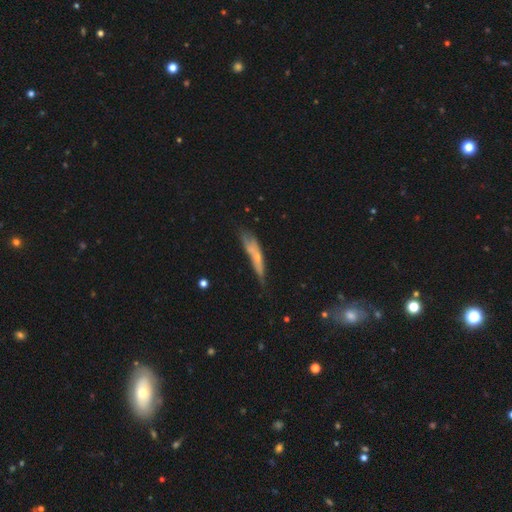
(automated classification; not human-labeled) Overall: smooth (53%; featured or disk 38%). How rounded: cigar-shaped (84%). Merging: none (47%; minor disturbance 31%).